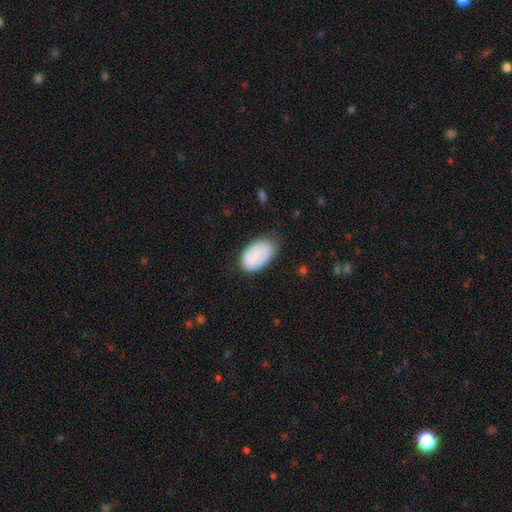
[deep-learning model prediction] Q: Smooth or featured?
A: smooth (80%); runner-up: featured or disk (14%)
Q: How rounded?
A: in between (93%); runner-up: round (6%)
Q: Merging?
A: none (66%); runner-up: minor disturbance (26%)